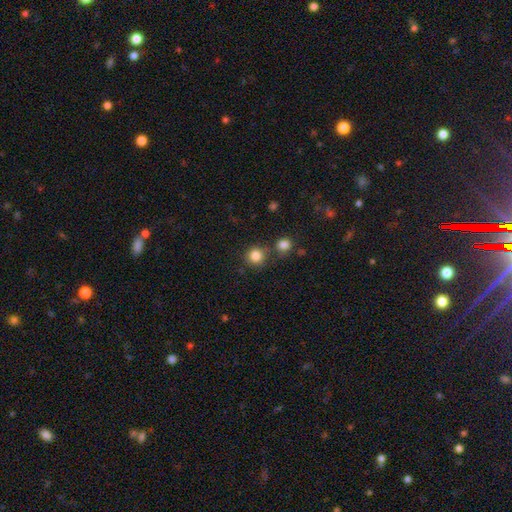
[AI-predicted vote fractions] A smooth galaxy with no disk features (84%) that is round (92%).

Vote fractions:
- Smooth or featured? smooth: 84% / star or artifact: 11% / featured or disk: 5%
- How rounded? round: 92% / in between: 7% / cigar-shaped: 1%
- Merging? none: 73% / merger: 15% / minor disturbance: 9% / major disturbance: 3%